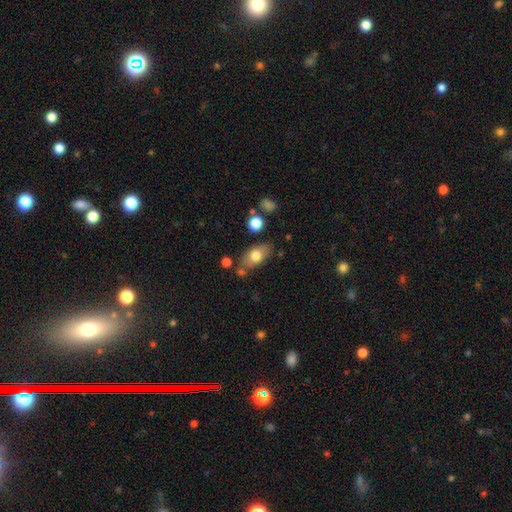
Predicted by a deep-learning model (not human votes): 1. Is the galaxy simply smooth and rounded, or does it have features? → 74% smooth, 19% featured or disk, 7% star or artifact.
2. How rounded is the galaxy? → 85% in between, 10% round, 5% cigar-shaped.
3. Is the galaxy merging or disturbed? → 71% none, 17% minor disturbance, 7% merger, 5% major disturbance.